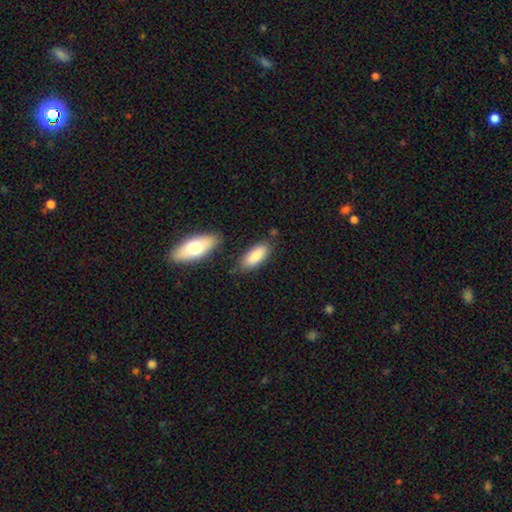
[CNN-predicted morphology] This is clearly a smooth galaxy (84%). How rounded: clearly in between (82%). Merging: likely none (74%).